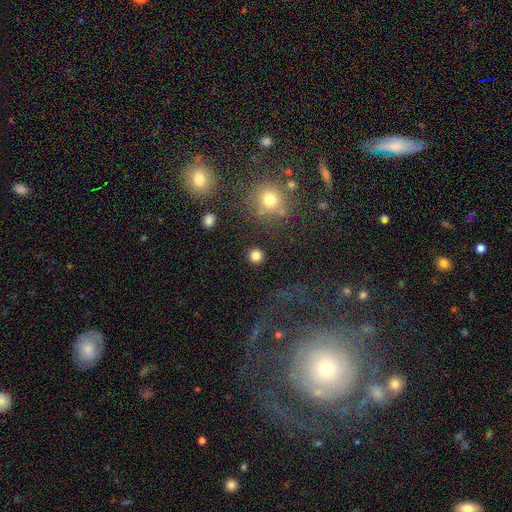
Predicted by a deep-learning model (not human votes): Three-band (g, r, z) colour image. It shows a smooth galaxy with no disk features (83%) that is round (94%). Merging: none (90%).